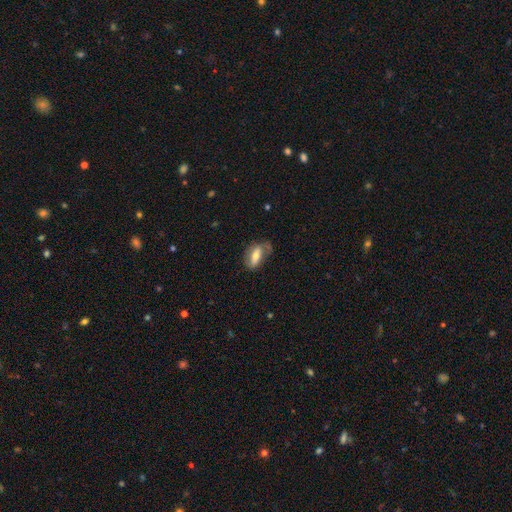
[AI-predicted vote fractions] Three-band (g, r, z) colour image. It shows a smooth galaxy with no disk features (53%) that is in between round and cigar-shaped (81%). Merging: none (55%).